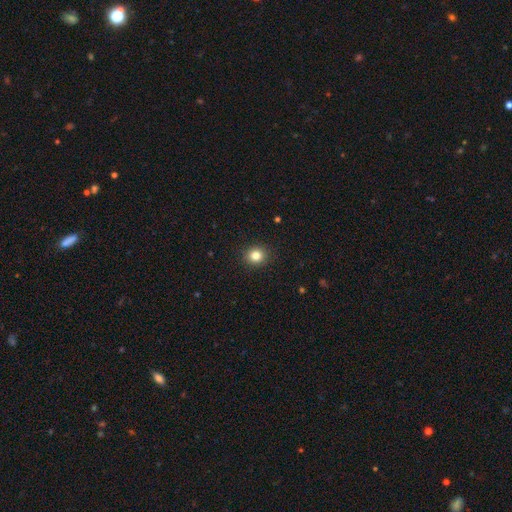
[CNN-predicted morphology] A smooth galaxy with no disk features (82%) that is round (83%).

Vote fractions:
- Smooth or featured? smooth: 82% / star or artifact: 12% / featured or disk: 6%
- How rounded? round: 83% / in between: 16% / cigar-shaped: 1%
- Merging? none: 91% / minor disturbance: 6% / major disturbance: 2% / merger: 1%